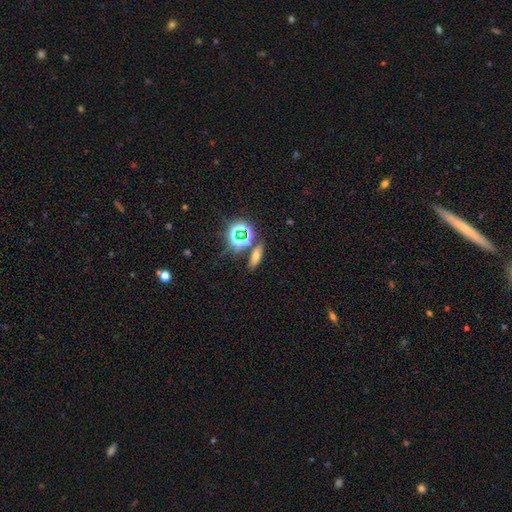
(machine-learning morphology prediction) Smooth or featured?
  - smooth: 51% *
  - star or artifact: 31%
  - featured or disk: 17%
How rounded?
  - in between: 52% *
  - cigar-shaped: 37%
  - round: 11%
Merging?
  - none: 77% *
  - minor disturbance: 10%
  - merger: 9%
  - major disturbance: 4%